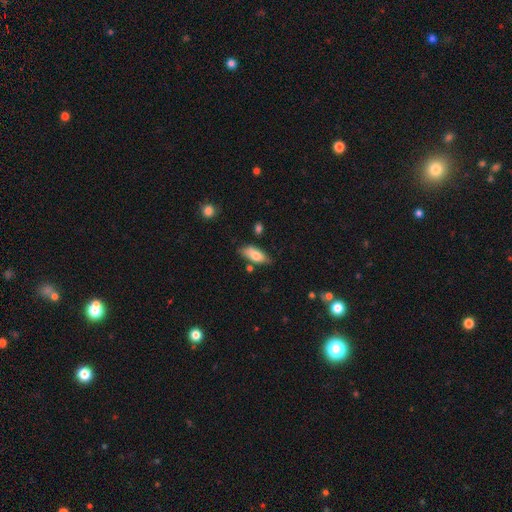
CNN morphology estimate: A smooth galaxy with no disk features (73%) that is in between round and cigar-shaped (81%).

Vote fractions:
- Smooth or featured? smooth: 73% / featured or disk: 20% / star or artifact: 7%
- How rounded? in between: 81% / cigar-shaped: 16% / round: 3%
- Merging? none: 67% / minor disturbance: 22% / merger: 6% / major disturbance: 4%